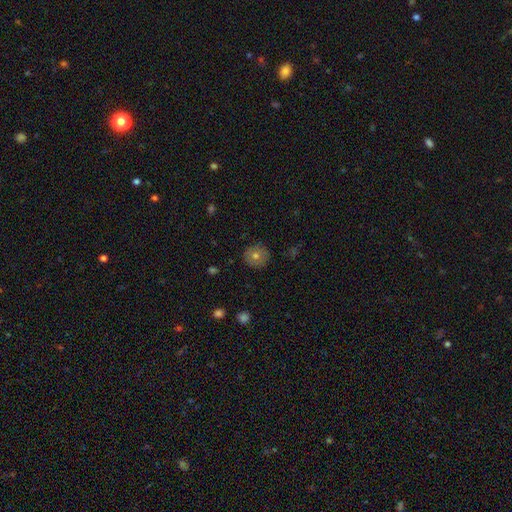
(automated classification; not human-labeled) Smooth or featured?
  - smooth: 70% *
  - featured or disk: 19%
  - star or artifact: 11%
How rounded?
  - round: 94% *
  - in between: 5%
  - cigar-shaped: 1%
Merging?
  - none: 89% *
  - minor disturbance: 8%
  - major disturbance: 2%
  - merger: 1%